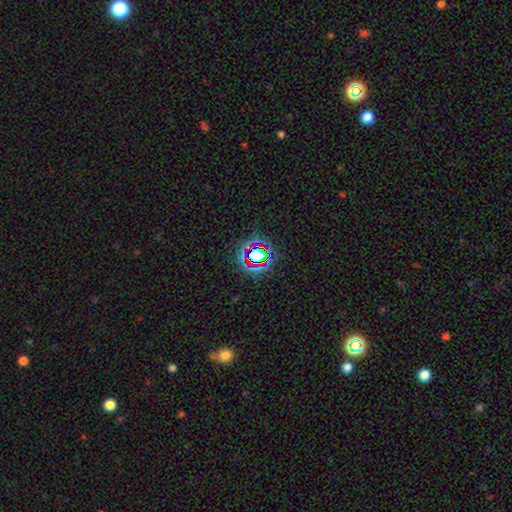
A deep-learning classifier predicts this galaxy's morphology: smooth_or_featured: star or artifact (p=0.68) [alt: smooth p=0.21]